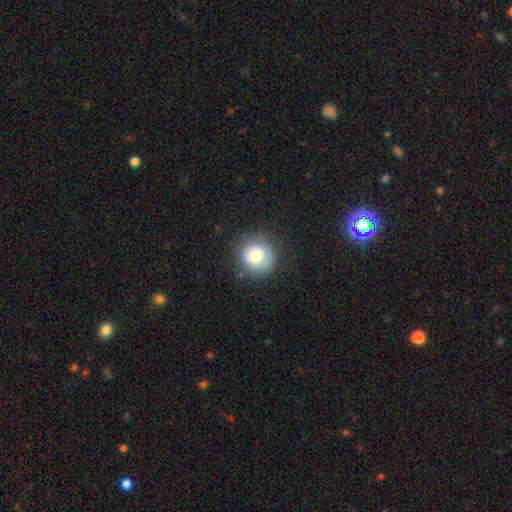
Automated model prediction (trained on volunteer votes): Overall: smooth (79%). How rounded: round (93%). Merging: none (80%).